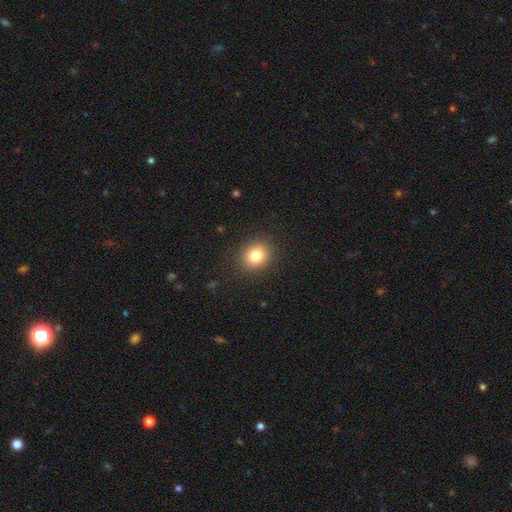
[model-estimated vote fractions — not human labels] A smooth galaxy with no disk features (82%) that is round (76%). Merging: none (89%).